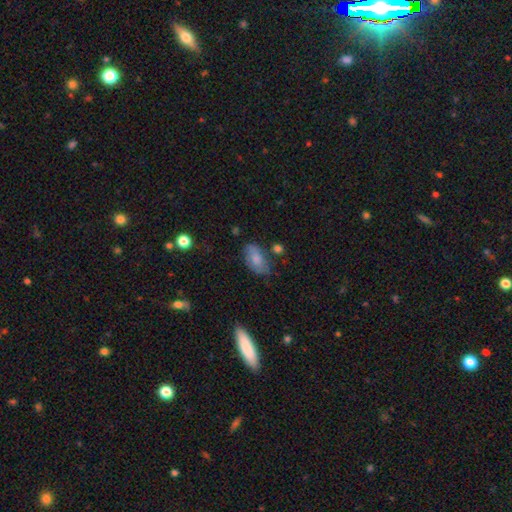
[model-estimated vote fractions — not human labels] This appears to be a smooth galaxy with no disk features (61%) that is in between round and cigar-shaped (86%). Merging: none (70%).